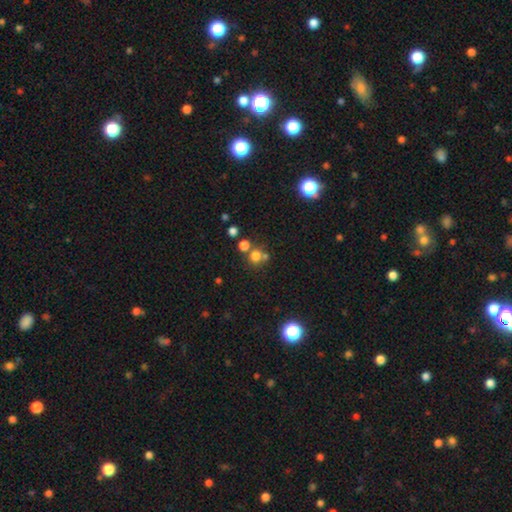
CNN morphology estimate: smooth_or_featured: smooth (p=0.70) [alt: star or artifact p=0.20]
how_rounded: round (p=0.86) [alt: in between p=0.13]
merging: none (p=0.57) [alt: merger p=0.30]